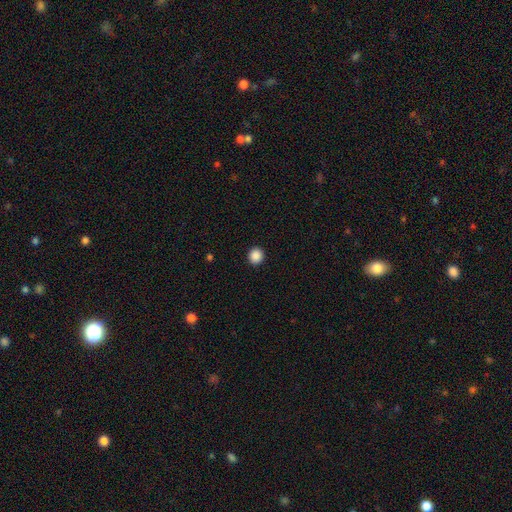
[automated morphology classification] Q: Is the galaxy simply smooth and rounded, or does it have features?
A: smooth — 88%.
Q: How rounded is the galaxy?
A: round — 91%.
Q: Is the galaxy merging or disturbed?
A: none — 93%.